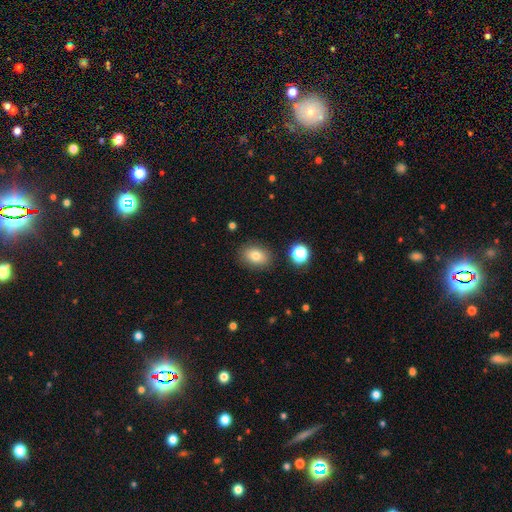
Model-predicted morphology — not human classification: Smooth or featured?
  - smooth: 78% *
  - star or artifact: 11%
  - featured or disk: 11%
How rounded?
  - in between: 74% *
  - round: 25%
  - cigar-shaped: 1%
Merging?
  - none: 86% *
  - minor disturbance: 9%
  - major disturbance: 3%
  - merger: 2%